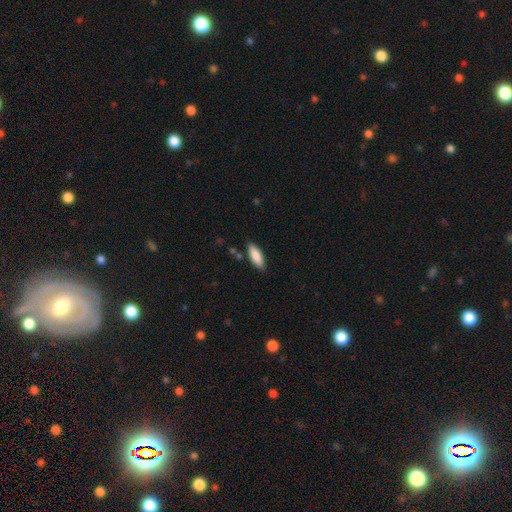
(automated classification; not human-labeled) Smooth or featured? smooth (87%)
How rounded? in between (65%)
Merging? none (83%)